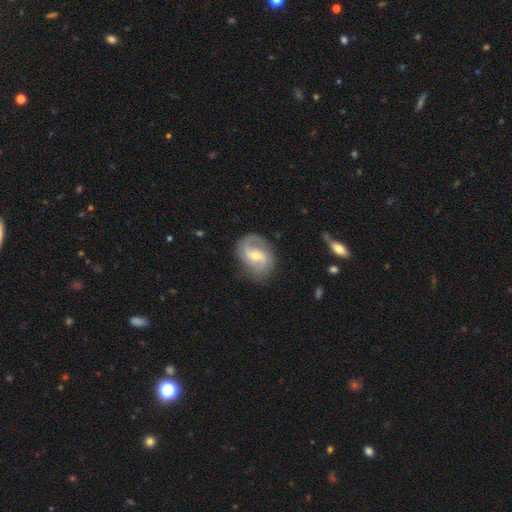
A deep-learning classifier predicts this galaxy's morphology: This is clearly a featured or disk galaxy (86%). It is clearly not viewed edge-on (98%). Bar: possibly weak (52%). Spiral arm pattern: clearly yes (96%). Spiral arm count: clearly 2 (82%). Spiral winding: possibly medium (50%). Central bulge: possibly small (48%). Merging: likely none (76%).